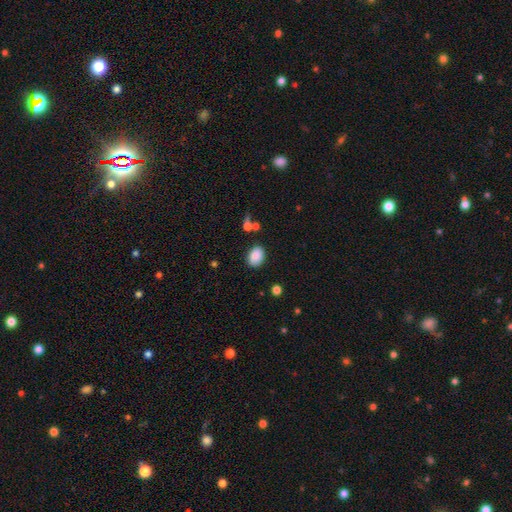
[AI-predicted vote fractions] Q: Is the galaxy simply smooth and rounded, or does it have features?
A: smooth — 87%.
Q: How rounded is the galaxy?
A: in between — 80%.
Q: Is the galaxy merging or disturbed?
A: none — 83%.